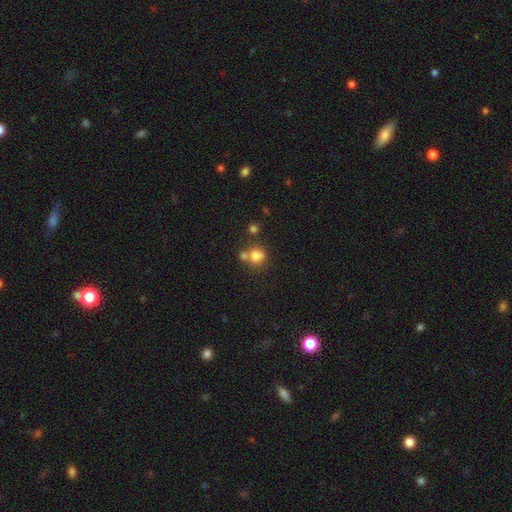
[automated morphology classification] This is likely a smooth galaxy (75%). How rounded: likely round (78%). Merging: possibly none (47%).